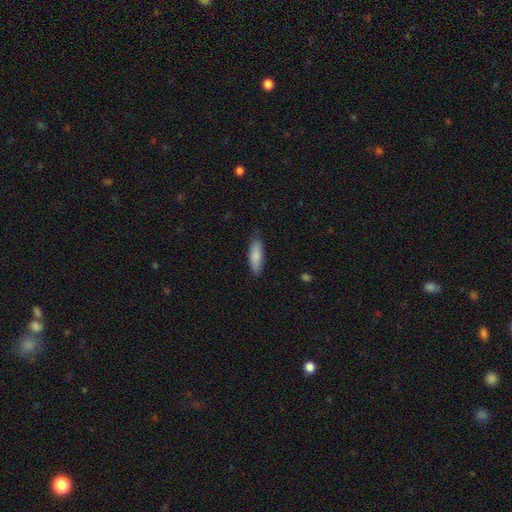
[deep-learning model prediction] Overall: smooth (85%). How rounded: in between (53%; cigar-shaped 46%). Merging: none (78%).